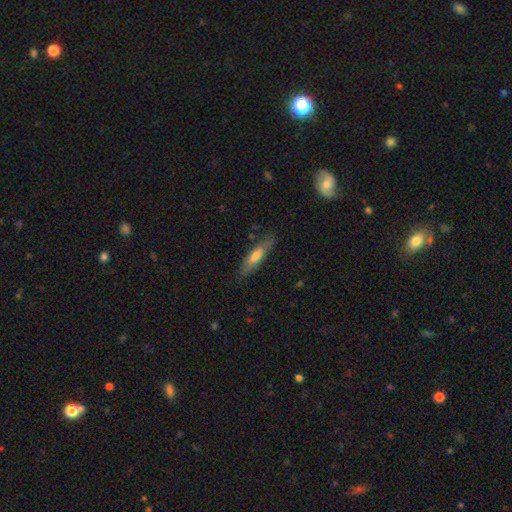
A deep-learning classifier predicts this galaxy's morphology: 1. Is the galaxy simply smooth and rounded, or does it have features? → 54% smooth, 40% featured or disk, 6% star or artifact.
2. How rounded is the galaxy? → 77% cigar-shaped, 22% in between, 2% round.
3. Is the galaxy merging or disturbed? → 82% none, 13% minor disturbance, 3% major disturbance, 2% merger.